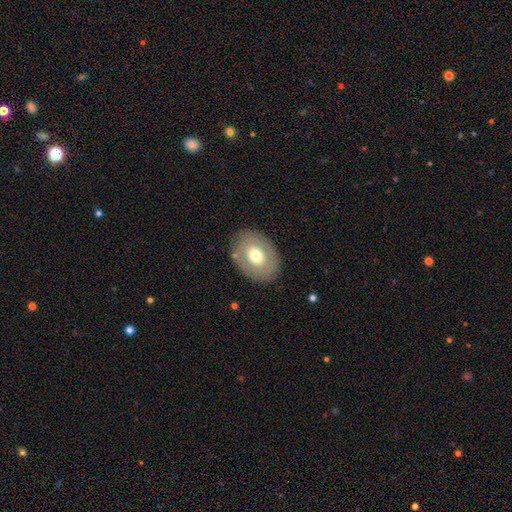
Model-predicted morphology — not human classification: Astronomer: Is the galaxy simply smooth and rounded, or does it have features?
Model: smooth — 63%.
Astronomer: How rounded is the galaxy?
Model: in between — 70%.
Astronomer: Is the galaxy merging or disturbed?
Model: none — 84%.